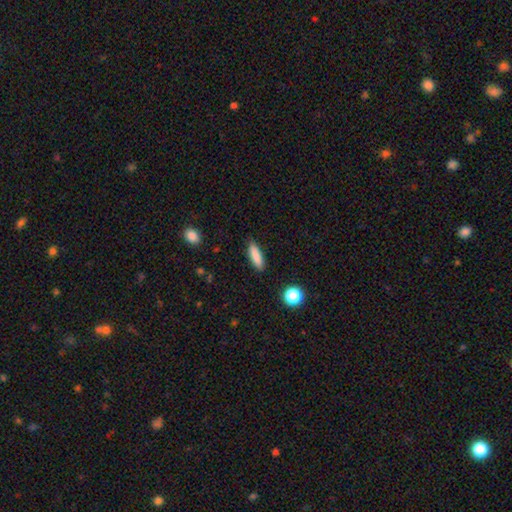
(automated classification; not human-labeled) Smooth or featured? smooth (85%)
How rounded? cigar-shaped (63%)
Merging? none (88%)